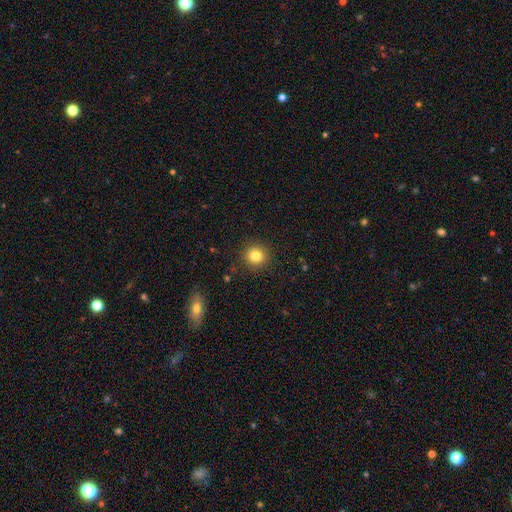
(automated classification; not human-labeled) A smooth galaxy with no disk features (82%) that is round (92%).

Vote fractions:
- Smooth or featured? smooth: 82% / star or artifact: 12% / featured or disk: 6%
- How rounded? round: 92% / in between: 7% / cigar-shaped: 1%
- Merging? none: 91% / minor disturbance: 6% / major disturbance: 2% / merger: 1%